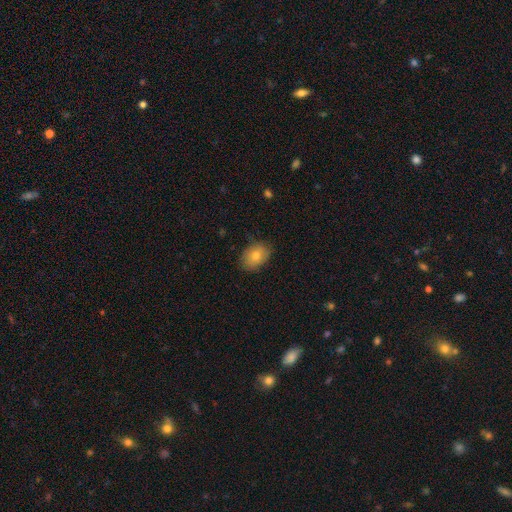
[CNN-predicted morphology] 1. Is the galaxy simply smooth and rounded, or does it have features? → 77% smooth, 14% featured or disk, 9% star or artifact.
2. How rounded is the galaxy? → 76% in between, 23% round, 1% cigar-shaped.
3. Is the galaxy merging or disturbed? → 82% none, 14% minor disturbance, 3% major disturbance, 1% merger.